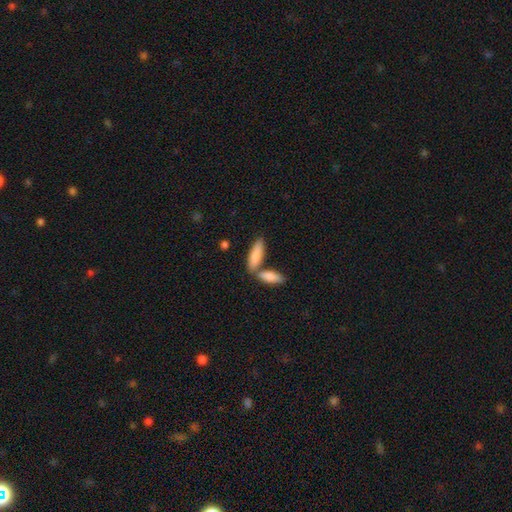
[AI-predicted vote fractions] The model was most divided on "how rounded": in between: 53%, cigar-shaped: 45%, round: 2%. More confident: smooth or featured — smooth (84%); merging — none (55%).